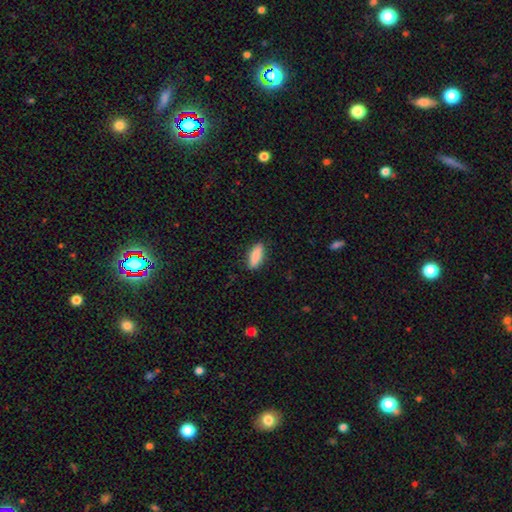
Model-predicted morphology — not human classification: Smooth or featured? Predicted: smooth (p=0.88). How rounded? Predicted: in between (p=0.65). Merging? Predicted: none (p=0.86).